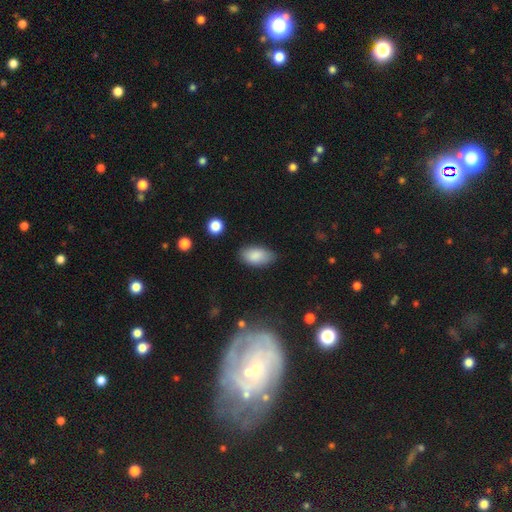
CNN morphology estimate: Smooth or featured? smooth (86%)
How rounded? in between (94%)
Merging? none (79%)